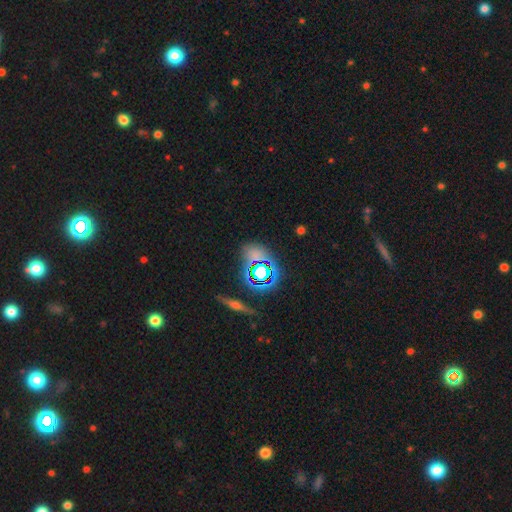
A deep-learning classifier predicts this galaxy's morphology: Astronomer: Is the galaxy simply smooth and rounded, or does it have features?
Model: star or artifact — 47% (runner-up: smooth, 40%).